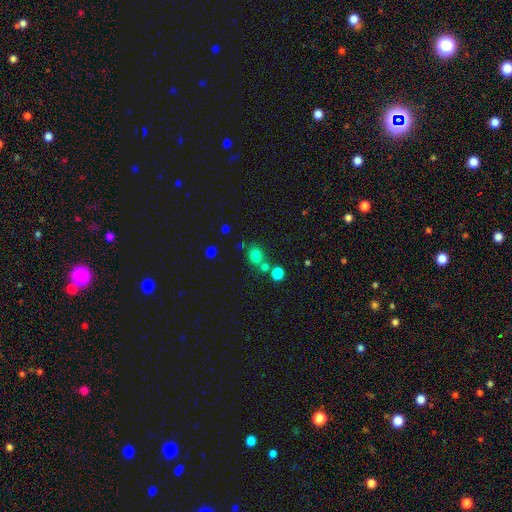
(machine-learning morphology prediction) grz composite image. It shows a smooth galaxy with no disk features (77%) that is round (64%). Merging: none (61%).